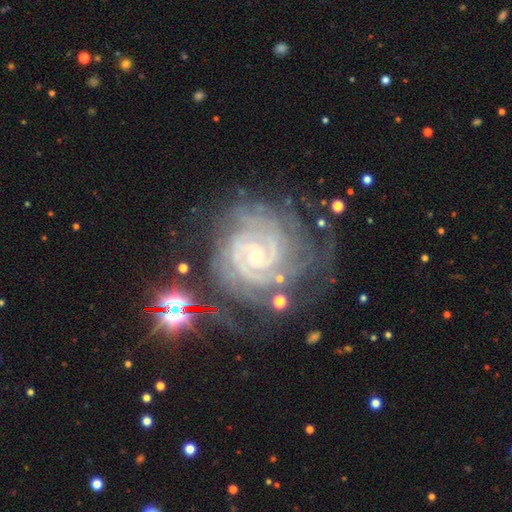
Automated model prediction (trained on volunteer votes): Overall: featured or disk (91%). Edge-on disk: no (98%). Bar: no (60%; weak 29%). Spiral arms: yes (98%). Spiral arm count: 2 (44%; 3 19%). Spiral winding: tight (79%). Bulge size: small (72%). Merging: none (65%).